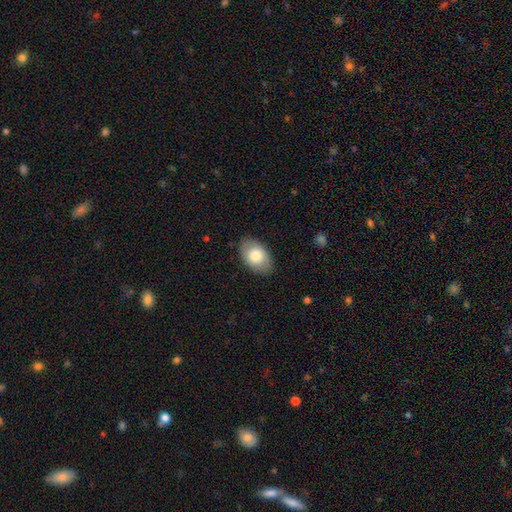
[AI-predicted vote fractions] smooth-or-featured: smooth: 78% | featured or disk: 16% | star or artifact: 6%
  how-rounded: in between: 89% | round: 10% | cigar-shaped: 1%
  merging: none: 85% | minor disturbance: 11% | major disturbance: 3% | merger: 1%